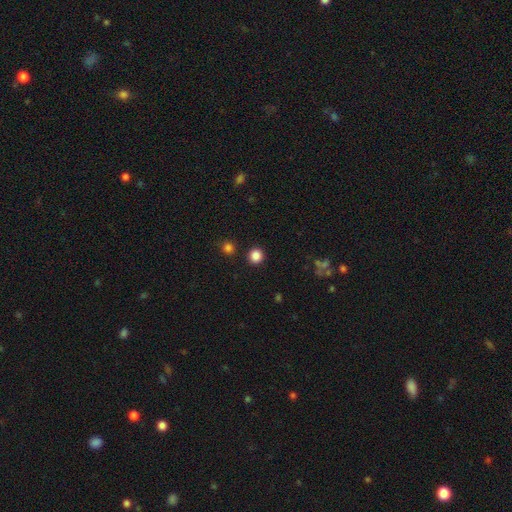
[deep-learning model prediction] smooth 85%, star or artifact 12%, featured or disk 3%. Down the decision tree: how rounded — round (93%); merging — none (91%).